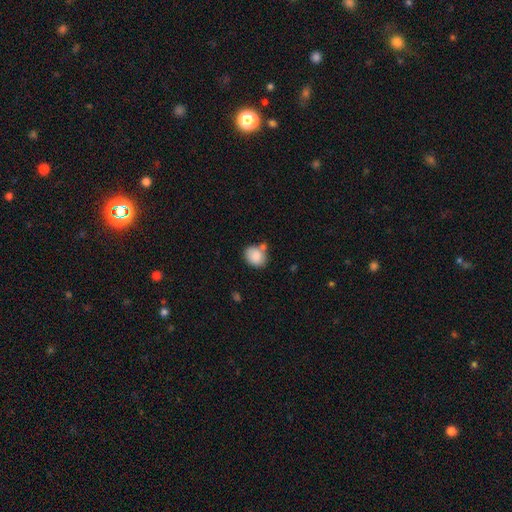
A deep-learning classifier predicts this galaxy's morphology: Overall: smooth (85%). How rounded: round (60%; in between 39%). Merging: none (56%; merger 20%).